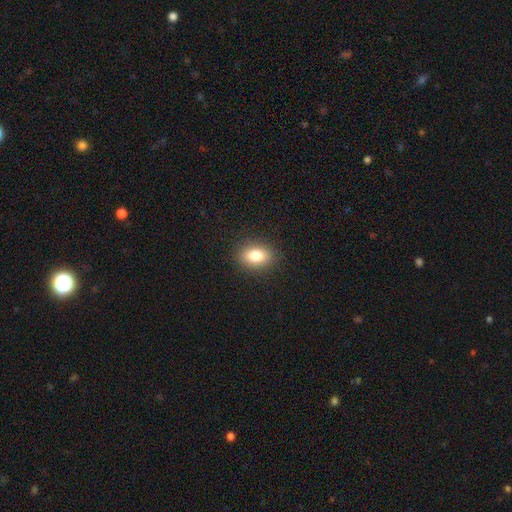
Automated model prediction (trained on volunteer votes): This appears to be a smooth galaxy with no disk features (81%) that is in between round and cigar-shaped (75%). Merging: none (89%).